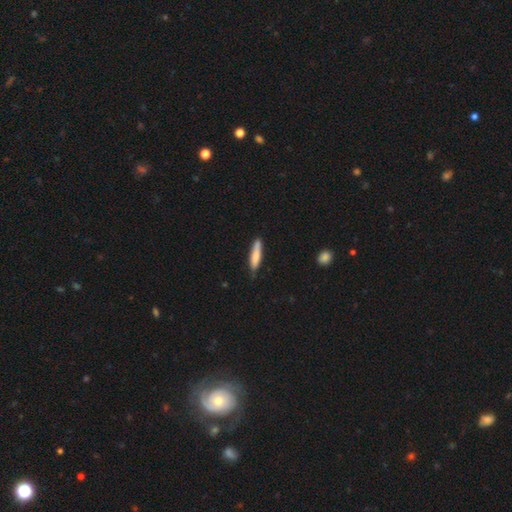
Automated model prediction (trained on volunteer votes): A smooth galaxy with no disk features (75%) that is cigar-shaped (84%).

Vote fractions:
- Smooth or featured? smooth: 75% / featured or disk: 19% / star or artifact: 6%
- How rounded? cigar-shaped: 84% / in between: 14% / round: 1%
- Merging? none: 75% / minor disturbance: 20% / major disturbance: 3% / merger: 2%